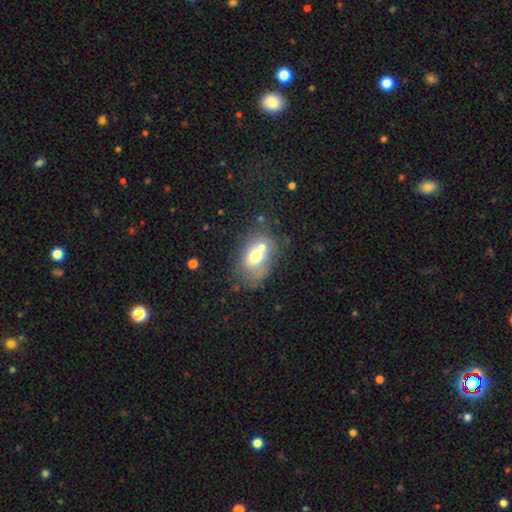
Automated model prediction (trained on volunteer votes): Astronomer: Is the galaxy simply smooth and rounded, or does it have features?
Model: smooth — 61%.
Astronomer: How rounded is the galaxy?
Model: in between — 69%.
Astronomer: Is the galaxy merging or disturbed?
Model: merger — 47% (runner-up: none, 32%).